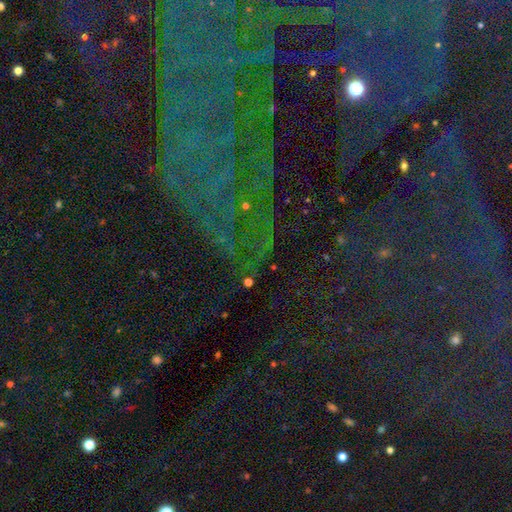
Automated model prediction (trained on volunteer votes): Q: Smooth or featured?
A: star or artifact (80%); runner-up: featured or disk (11%)